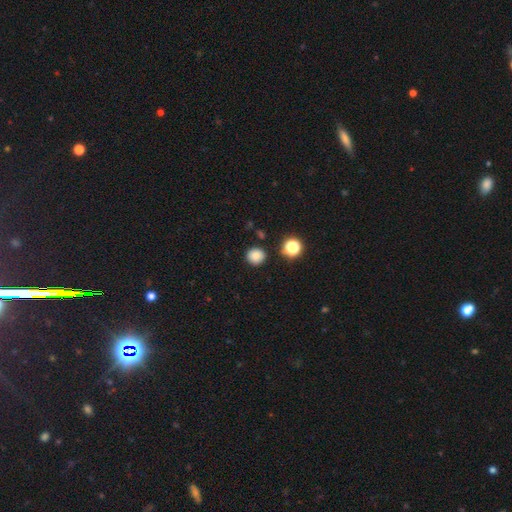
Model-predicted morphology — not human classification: This appears to be a smooth galaxy with no disk features (83%) that is round (88%). Merging: none (87%).